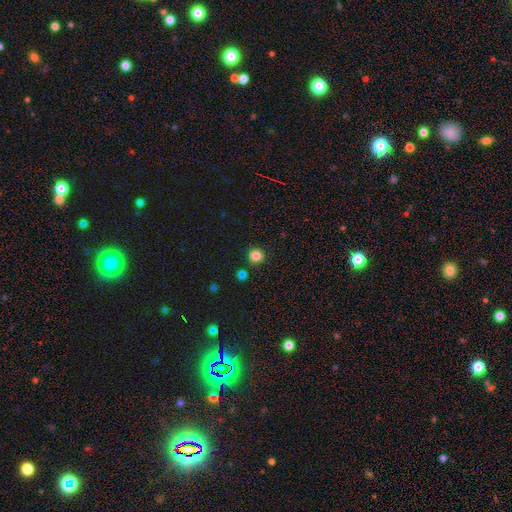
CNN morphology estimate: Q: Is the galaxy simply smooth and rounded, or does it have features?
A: smooth — 83%.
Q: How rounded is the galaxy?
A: round — 93%.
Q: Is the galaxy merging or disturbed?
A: none — 86%.